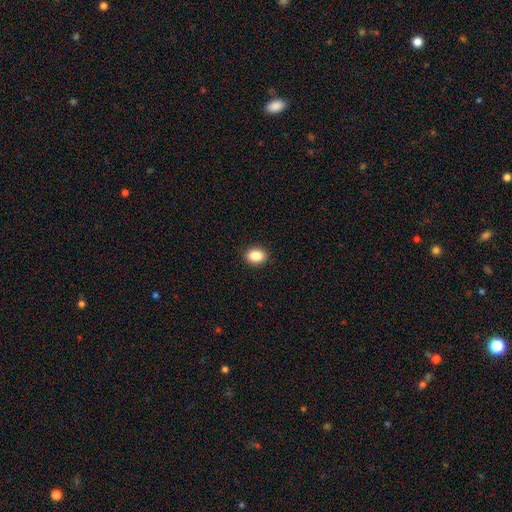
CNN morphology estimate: This is clearly a smooth galaxy (89%). How rounded: likely in between (68%). Merging: clearly none (91%).